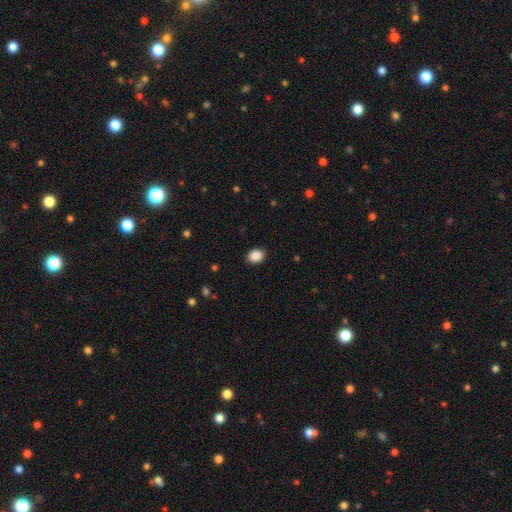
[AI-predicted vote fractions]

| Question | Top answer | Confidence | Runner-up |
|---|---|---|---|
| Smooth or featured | smooth | 90% | star or artifact (8%) |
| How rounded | in between | 68% | round (31%) |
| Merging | none | 89% | minor disturbance (8%) |